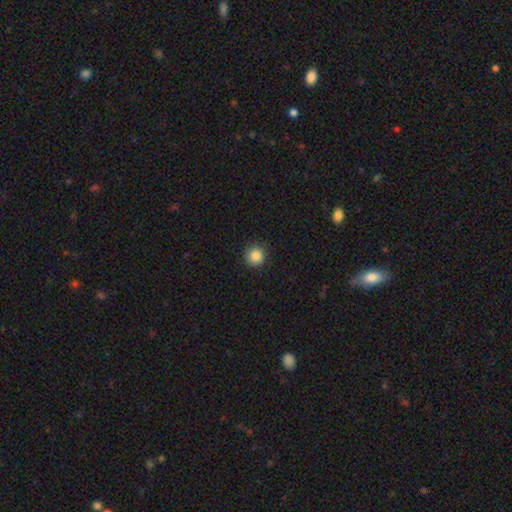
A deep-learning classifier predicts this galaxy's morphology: Smooth or featured? Predicted: smooth (p=0.86). How rounded? Predicted: round (p=0.94). Merging? Predicted: none (p=0.87).